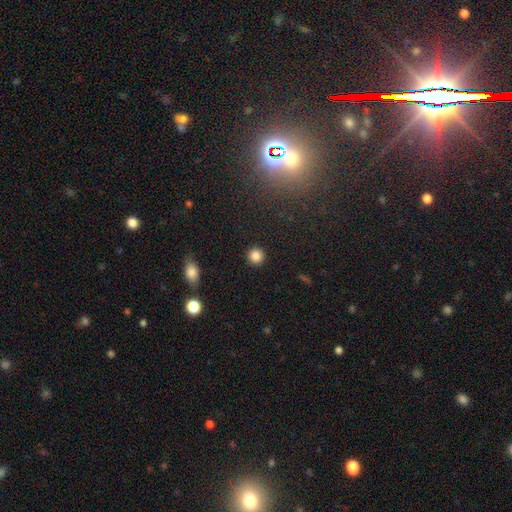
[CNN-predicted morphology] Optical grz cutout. It shows a smooth galaxy with no disk features (85%) that is round (94%). Merging: none (92%).